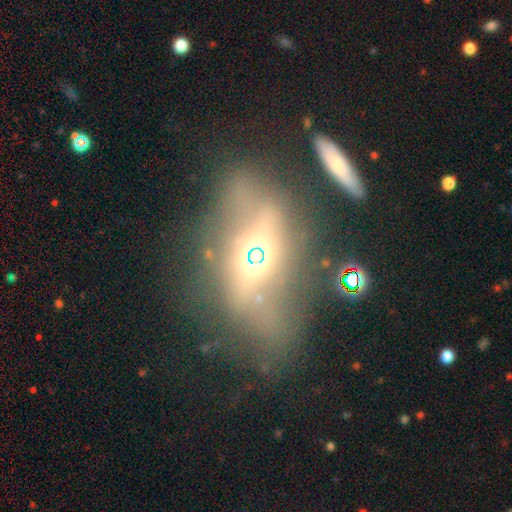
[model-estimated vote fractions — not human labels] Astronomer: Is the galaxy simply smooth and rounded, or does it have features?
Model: featured or disk — 51% (runner-up: smooth, 27%).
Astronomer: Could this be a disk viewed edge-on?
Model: no — 56% (runner-up: yes, 44%).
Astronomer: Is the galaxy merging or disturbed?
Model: none — 59%.